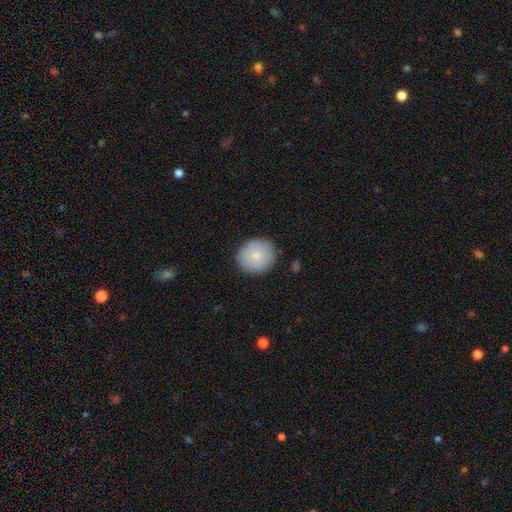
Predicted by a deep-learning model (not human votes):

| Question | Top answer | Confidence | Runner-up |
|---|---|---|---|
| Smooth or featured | smooth | 82% | featured or disk (12%) |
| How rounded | round | 87% | in between (12%) |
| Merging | none | 87% | minor disturbance (10%) |